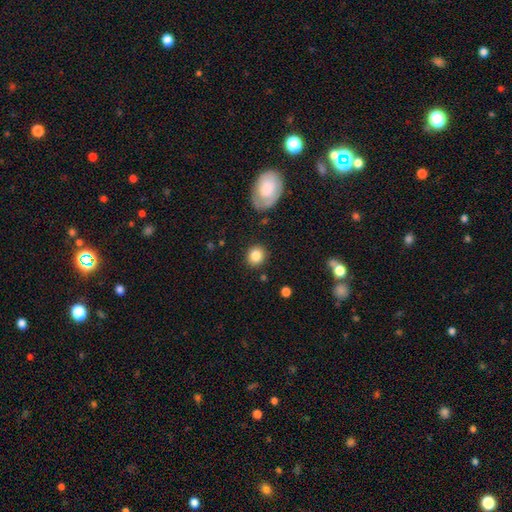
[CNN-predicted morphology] This appears to be a smooth galaxy with no disk features (84%) that is round (82%). Merging: none (87%).